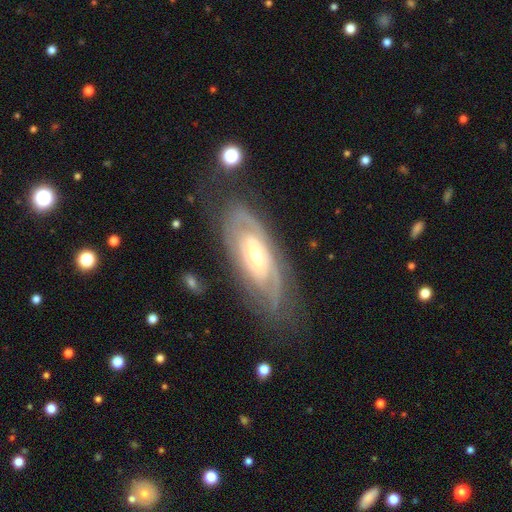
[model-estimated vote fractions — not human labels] Smooth or featured: featured or disk — 81% (smooth — 13%)
Edge-on disk: no — 88% (yes — 12%)
Bar: no — 58% (weak — 30%)
Spiral arms: yes — 84% (no — 16%)
Spiral winding: tight — 71% (medium — 22%)
Spiral arm count: can't tell — 50% (2 — 28%)
Bulge size: moderate — 52% (small — 40%)
Merging: none — 72% (minor disturbance — 17%)